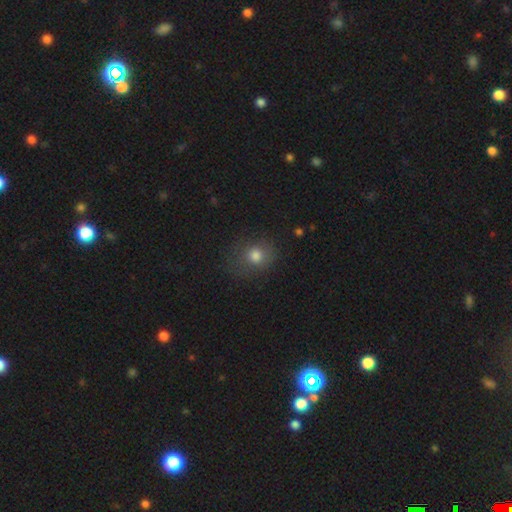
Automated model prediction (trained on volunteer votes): Smooth or featured?
  - smooth: 77% *
  - star or artifact: 13%
  - featured or disk: 10%
How rounded?
  - round: 70% *
  - in between: 29%
  - cigar-shaped: 1%
Merging?
  - none: 71% *
  - minor disturbance: 18%
  - major disturbance: 9%
  - merger: 2%